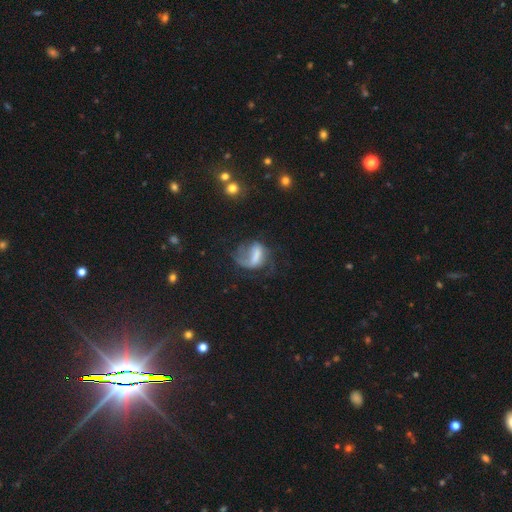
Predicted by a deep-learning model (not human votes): featured or disk 53%, smooth 36%, star or artifact 10%. Down the decision tree: edge-on disk — no (96%); bar — strong (37%); spiral arms — yes (68%); bulge size — none (40%); merging — major disturbance (44%).